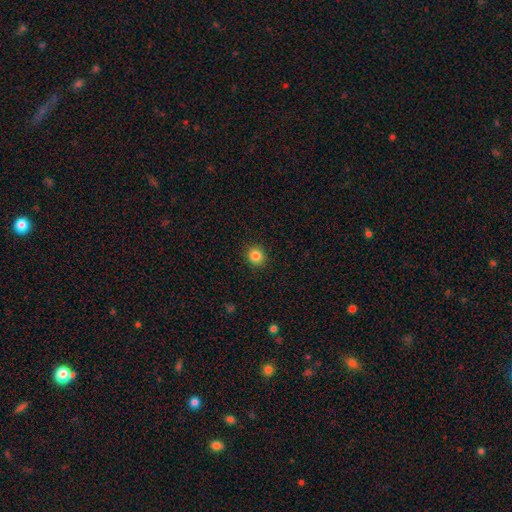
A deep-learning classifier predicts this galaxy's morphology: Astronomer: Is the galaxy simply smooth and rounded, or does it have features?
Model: smooth — 85%.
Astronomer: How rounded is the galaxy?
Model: round — 87%.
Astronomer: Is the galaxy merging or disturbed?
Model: none — 92%.